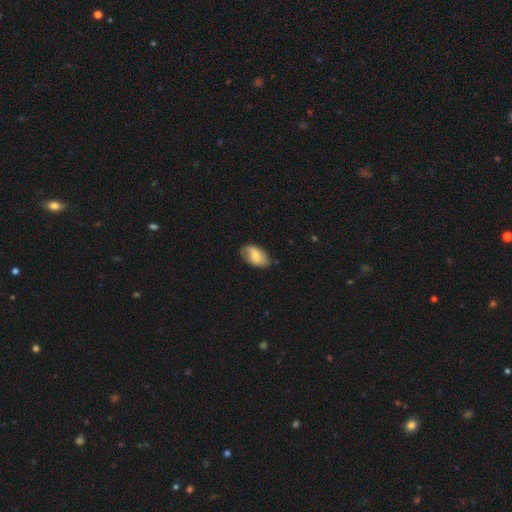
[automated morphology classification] A smooth galaxy with no disk features (69%) that is in between round and cigar-shaped (93%). Merging: none (73%).